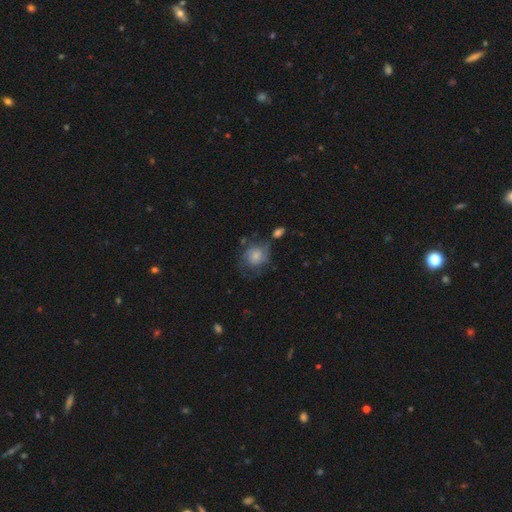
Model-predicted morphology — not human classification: Overall: smooth (62%; featured or disk 29%). How rounded: round (75%). Merging: none (52%; minor disturbance 26%).